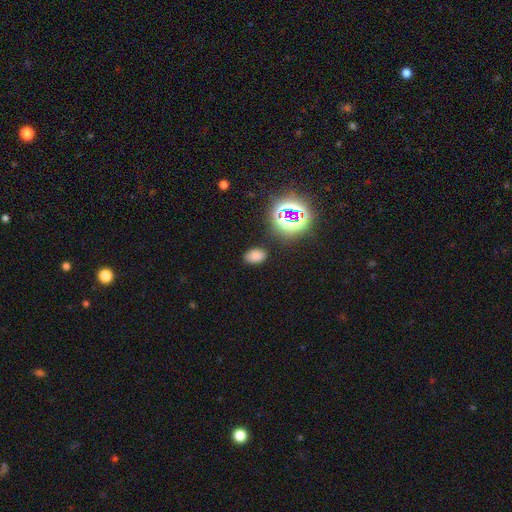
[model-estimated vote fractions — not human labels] The model was most divided on "smooth or featured": smooth: 72%, star or artifact: 21%, featured or disk: 6%. More confident: how rounded — in between (87%); merging — none (84%).